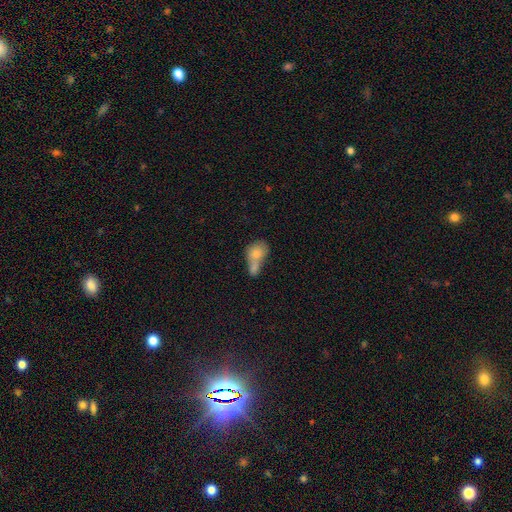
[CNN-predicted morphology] This appears to be a smooth galaxy with no disk features (76%) that is in between round and cigar-shaped (56%). Merging: merger (69%).